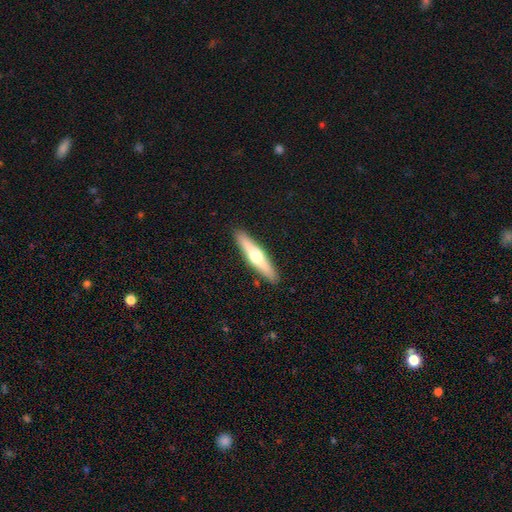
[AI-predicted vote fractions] This appears to be a featured or disk galaxy (51%) viewed edge-on (94%). Merging: none (90%).